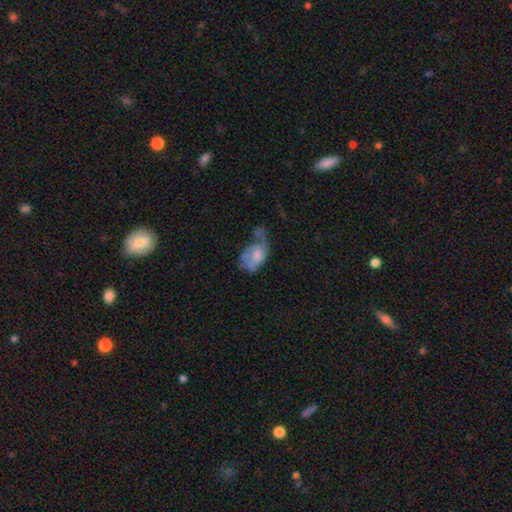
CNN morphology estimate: This is possibly a smooth galaxy (46%). Merging: marginally major disturbance (43%).